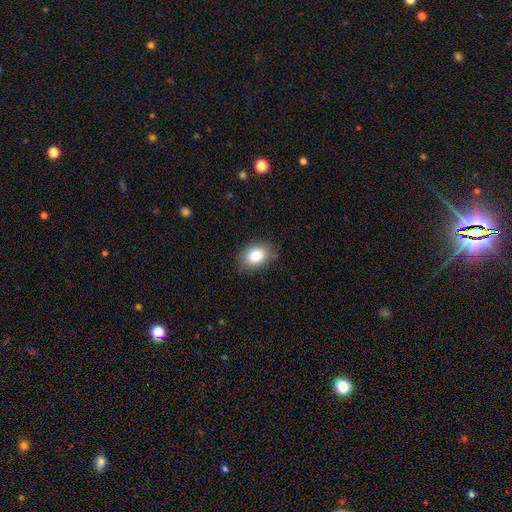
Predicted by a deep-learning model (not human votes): Smooth or featured?
  - smooth: 84% *
  - star or artifact: 8%
  - featured or disk: 8%
How rounded?
  - in between: 76% *
  - round: 23%
  - cigar-shaped: 1%
Merging?
  - none: 83% *
  - minor disturbance: 13%
  - major disturbance: 3%
  - merger: 1%